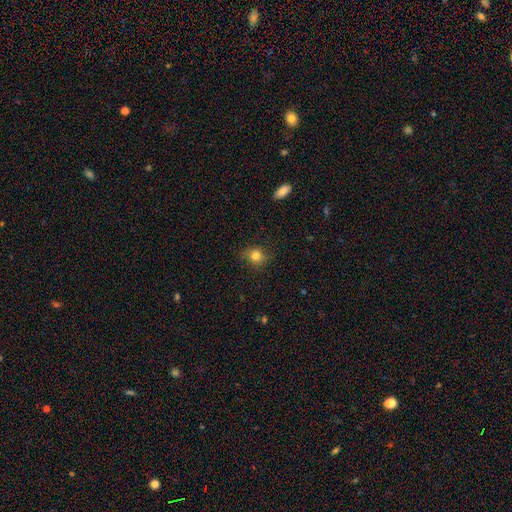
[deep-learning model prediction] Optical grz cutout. It shows a smooth galaxy with no disk features (79%) that is round (73%). Merging: none (80%).